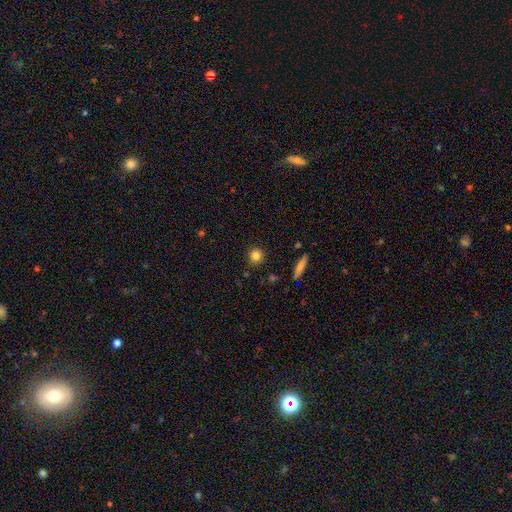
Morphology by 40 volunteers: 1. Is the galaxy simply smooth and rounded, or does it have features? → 85% smooth, 10% star or artifact, 5% featured or disk.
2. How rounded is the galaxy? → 85% round, 9% cigar-shaped, 6% in between.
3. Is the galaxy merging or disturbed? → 97% none, 3% minor disturbance, 0% major disturbance, 0% merger.